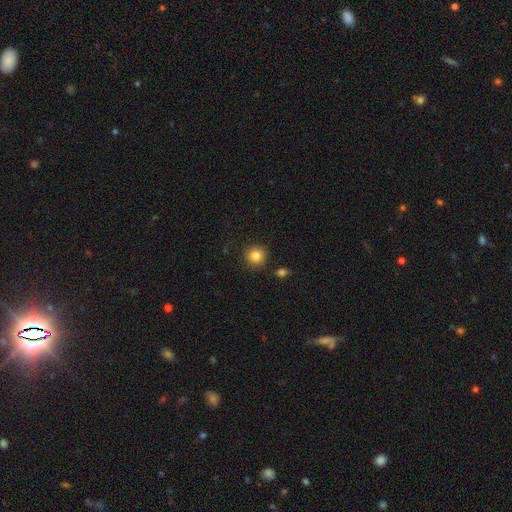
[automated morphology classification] This appears to be a smooth galaxy with no disk features (84%) that is round (93%). Merging: none (89%).